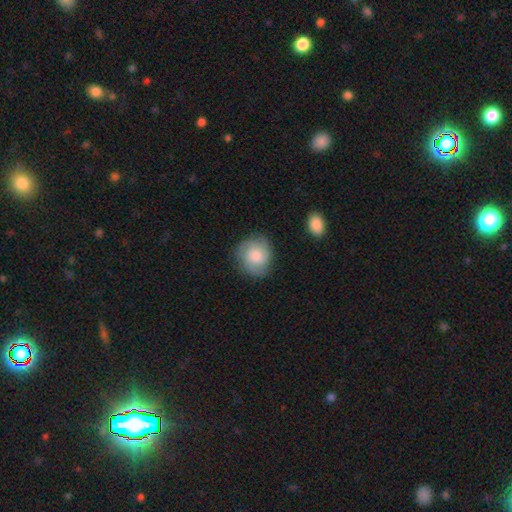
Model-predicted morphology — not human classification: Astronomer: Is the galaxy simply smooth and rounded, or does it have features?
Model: smooth — 61%.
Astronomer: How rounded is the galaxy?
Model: round — 82%.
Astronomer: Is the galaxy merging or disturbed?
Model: none — 77%.